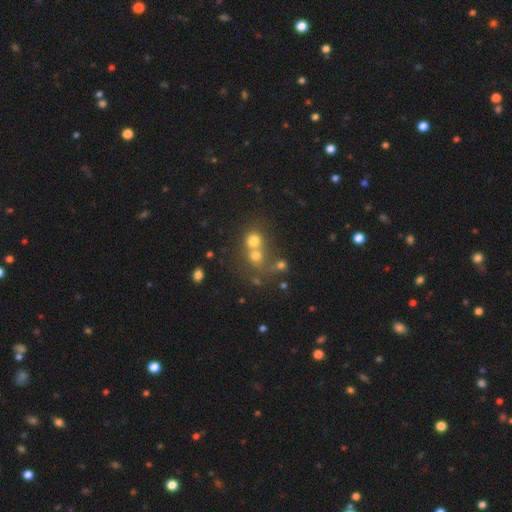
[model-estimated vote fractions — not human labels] Q: Smooth or featured?
A: smooth (67%); runner-up: star or artifact (17%)
Q: How rounded?
A: round (79%); runner-up: in between (20%)
Q: Merging?
A: merger (54%); runner-up: none (36%)